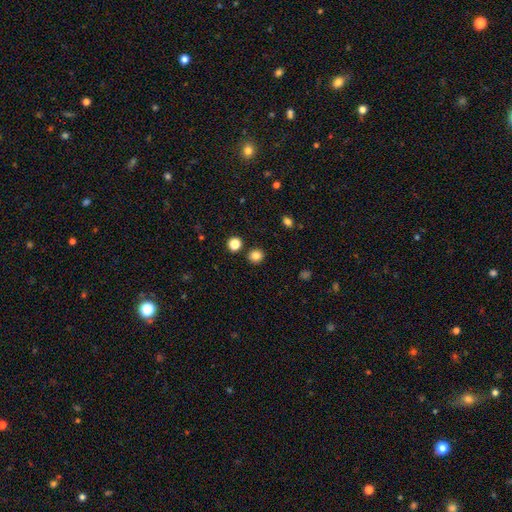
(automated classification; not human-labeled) Smooth or featured? smooth (84%)
How rounded? round (87%)
Merging? none (89%)